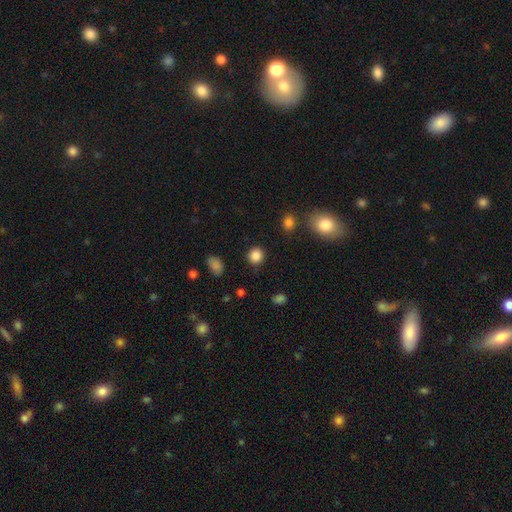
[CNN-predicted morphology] Smooth or featured: smooth — 86% (star or artifact — 10%)
How rounded: round — 89% (in between — 10%)
Merging: none — 89% (minor disturbance — 7%)